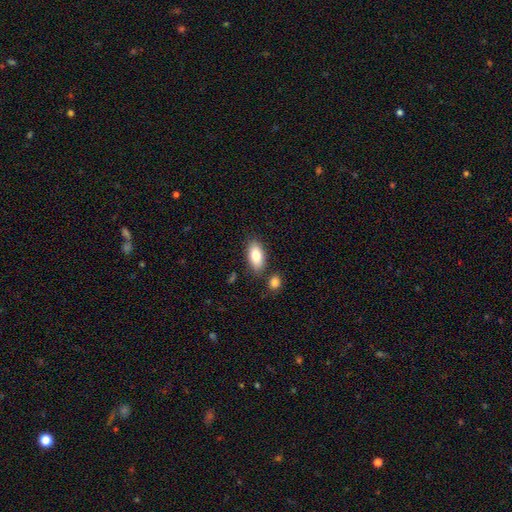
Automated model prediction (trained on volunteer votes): A smooth galaxy with no disk features (83%) that is in between round and cigar-shaped (91%). Merging: none (80%).